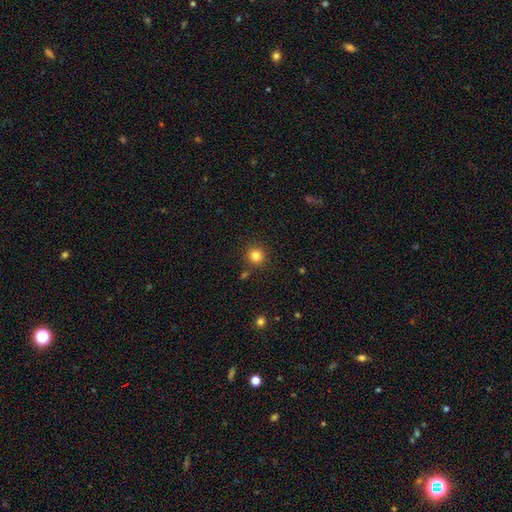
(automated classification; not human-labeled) smooth_or_featured: smooth (p=0.82) [alt: star or artifact p=0.13]
how_rounded: round (p=0.94) [alt: in between p=0.05]
merging: none (p=0.87) [alt: minor disturbance p=0.07]